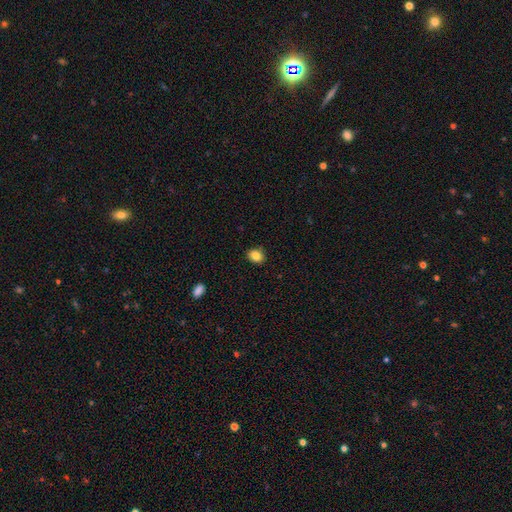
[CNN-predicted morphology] A smooth galaxy with no disk features (85%) that is round (50%).

Vote fractions:
- Smooth or featured? smooth: 85% / star or artifact: 10% / featured or disk: 5%
- How rounded? round: 50% / in between: 49% / cigar-shaped: 1%
- Merging? none: 87% / minor disturbance: 10% / major disturbance: 2% / merger: 1%